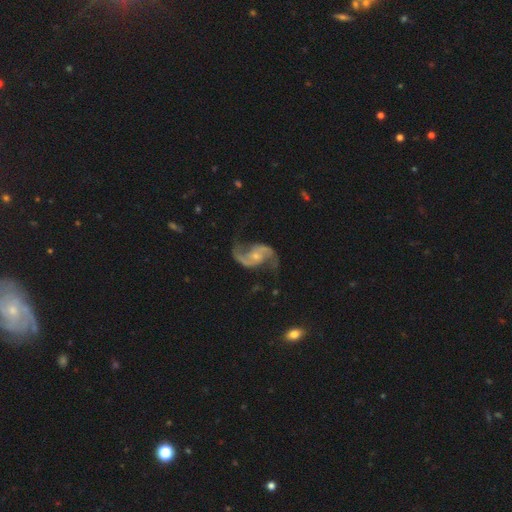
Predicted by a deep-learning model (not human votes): Morphology: type=featured or disk (91%); edge-on=no (98%); bar=no (56%); spiral arms=yes (97%); winding=loose (64%); arm count=2 (94%); bulge=small (58%); merging=none (73%).